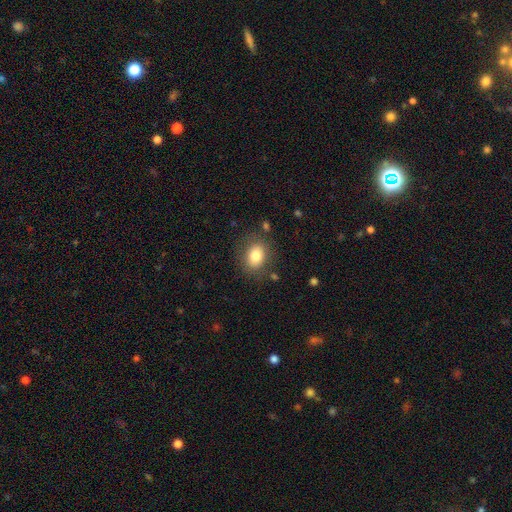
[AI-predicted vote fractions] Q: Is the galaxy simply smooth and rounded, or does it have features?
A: smooth — 80%.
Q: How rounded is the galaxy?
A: in between — 60%.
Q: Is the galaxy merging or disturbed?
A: none — 81%.